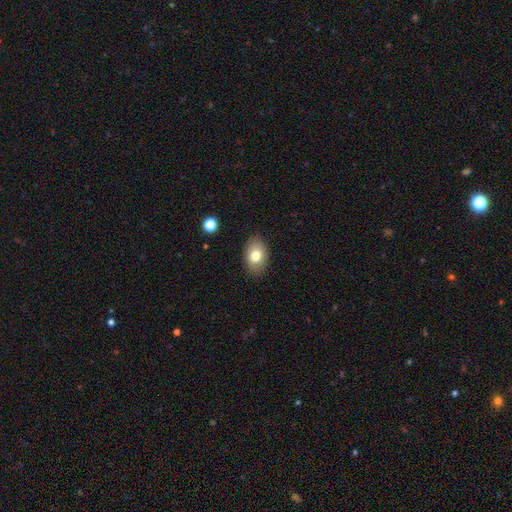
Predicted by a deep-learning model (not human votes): smooth 77%, featured or disk 14%, star or artifact 8%. Down the decision tree: how rounded — in between (85%); merging — none (86%).